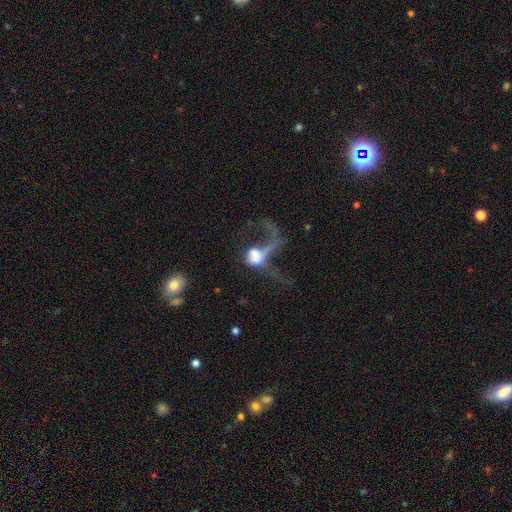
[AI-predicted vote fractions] Q: Smooth or featured?
A: featured or disk (45%); runner-up: smooth (43%)
Q: Merging?
A: major disturbance (62%); runner-up: merger (17%)